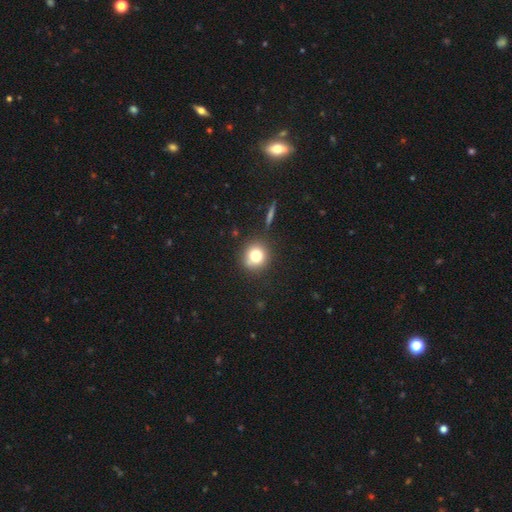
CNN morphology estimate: Smooth or featured: smooth — 77% (star or artifact — 13%)
How rounded: round — 90% (in between — 9%)
Merging: none — 81% (minor disturbance — 11%)